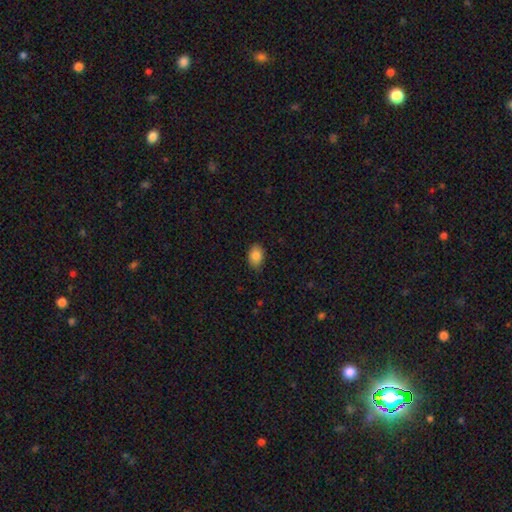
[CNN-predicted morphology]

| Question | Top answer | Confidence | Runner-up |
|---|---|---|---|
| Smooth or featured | smooth | 85% | star or artifact (8%) |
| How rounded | in between | 81% | round (18%) |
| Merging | none | 80% | minor disturbance (16%) |